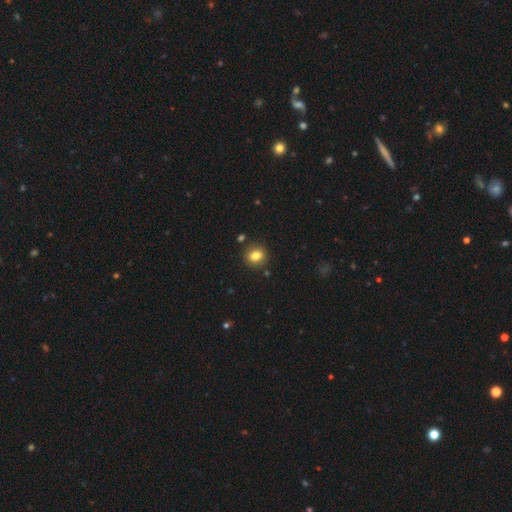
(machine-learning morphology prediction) Smooth or featured? Predicted: smooth (p=0.83). How rounded? Predicted: round (p=0.64). Merging? Predicted: none (p=0.87).